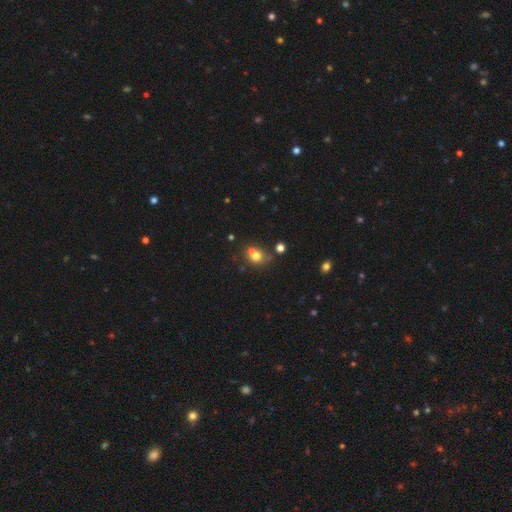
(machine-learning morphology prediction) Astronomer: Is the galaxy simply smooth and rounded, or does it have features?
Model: smooth — 70%.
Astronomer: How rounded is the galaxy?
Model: round — 68%.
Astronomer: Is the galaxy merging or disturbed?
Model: none — 43% (runner-up: merger, 40%).